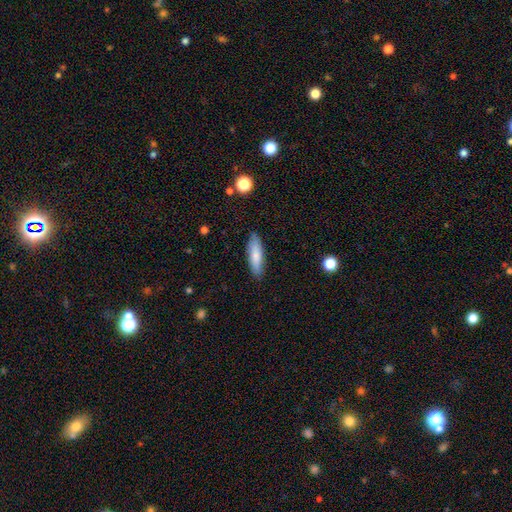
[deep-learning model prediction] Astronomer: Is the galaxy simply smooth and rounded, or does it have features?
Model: smooth — 79%.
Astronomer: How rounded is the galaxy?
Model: cigar-shaped — 59% (runner-up: in between, 39%).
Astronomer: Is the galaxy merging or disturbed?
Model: none — 85%.